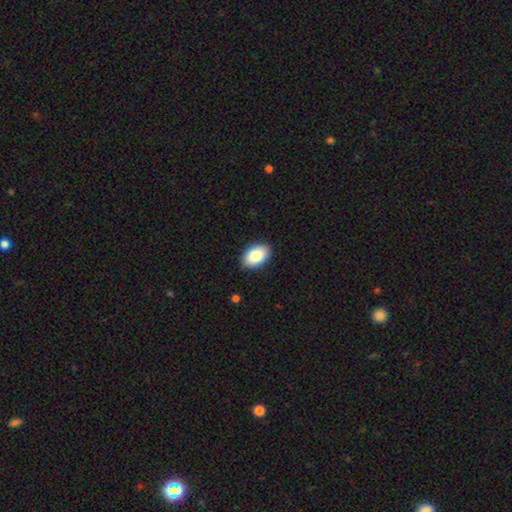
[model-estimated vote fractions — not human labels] Smooth or featured: smooth — 82% (featured or disk — 11%)
How rounded: in between — 91% (round — 8%)
Merging: none — 90% (minor disturbance — 8%)